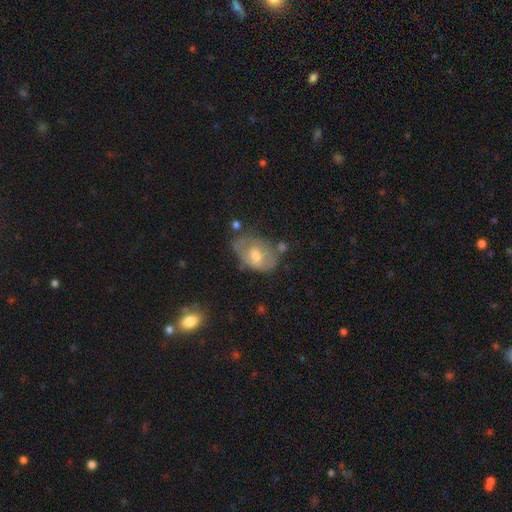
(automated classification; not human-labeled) Q: Smooth or featured?
A: featured or disk (46%); tied with: smooth (46%)
Q: Merging?
A: none (48%); runner-up: minor disturbance (31%)